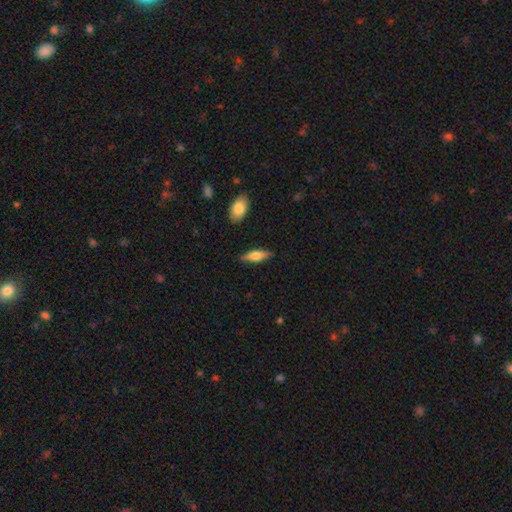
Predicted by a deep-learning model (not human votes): This appears to be a smooth galaxy with no disk features (57%) that is cigar-shaped (49%). Merging: none (86%).